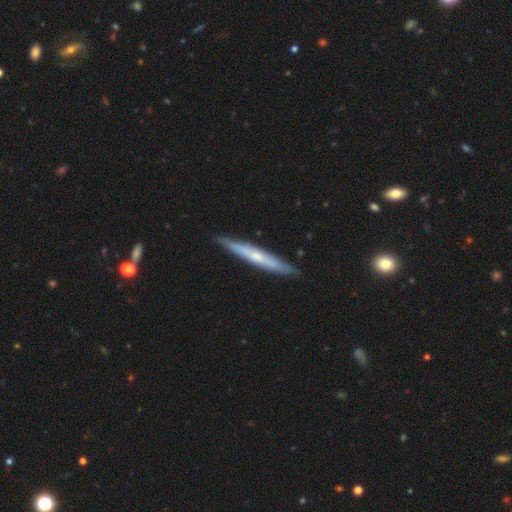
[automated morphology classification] Smooth or featured? Predicted: featured or disk (p=0.56). Edge-on disk? Predicted: yes (p=0.92). Edge-on bulge? Predicted: none (p=0.48). Merging? Predicted: none (p=0.88).